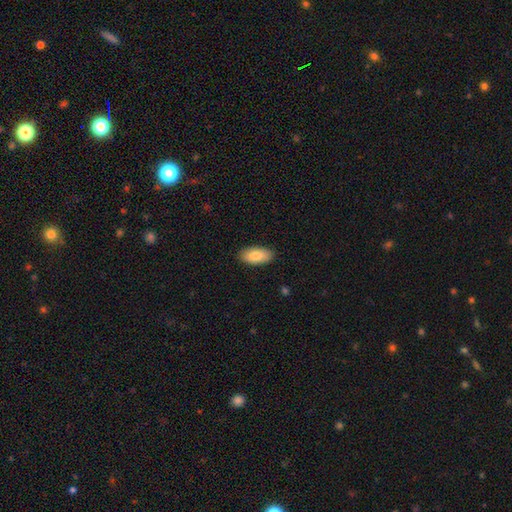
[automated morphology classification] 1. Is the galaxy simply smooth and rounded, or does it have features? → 85% smooth, 9% featured or disk, 6% star or artifact.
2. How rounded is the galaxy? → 92% in between, 6% cigar-shaped, 2% round.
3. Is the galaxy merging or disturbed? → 89% none, 8% minor disturbance, 2% major disturbance, 1% merger.